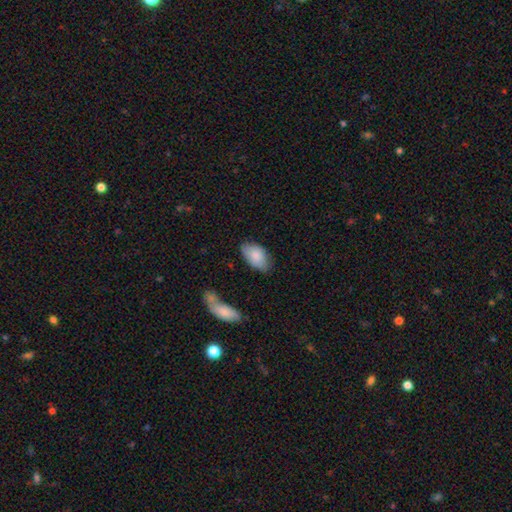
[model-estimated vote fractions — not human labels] smooth_or_featured: smooth (p=0.82) [alt: featured or disk p=0.12]
how_rounded: in between (p=0.94) [alt: round p=0.04]
merging: none (p=0.70) [alt: minor disturbance p=0.22]